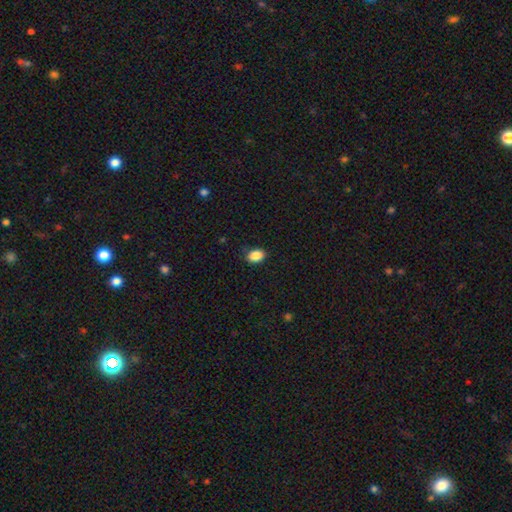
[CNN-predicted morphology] Q: Smooth or featured?
A: smooth (88%); runner-up: star or artifact (9%)
Q: How rounded?
A: in between (76%); runner-up: round (23%)
Q: Merging?
A: none (84%); runner-up: minor disturbance (13%)